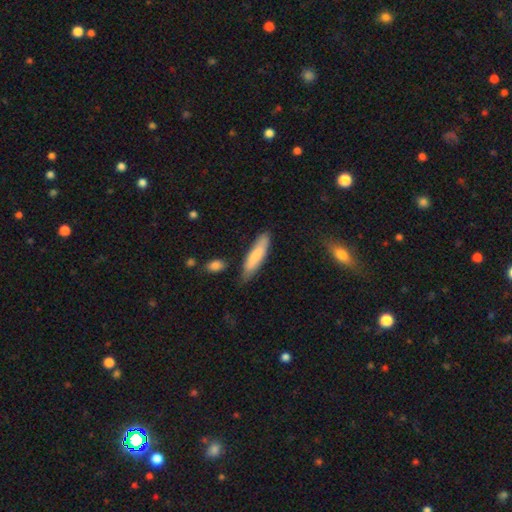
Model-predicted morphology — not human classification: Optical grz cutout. It shows a smooth galaxy with no disk features (77%) that is cigar-shaped (75%). Merging: none (76%).